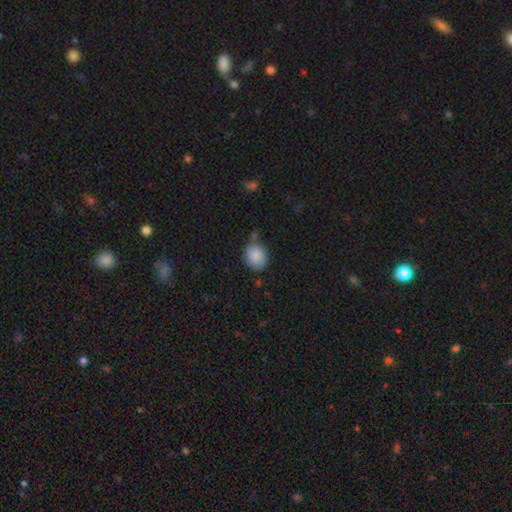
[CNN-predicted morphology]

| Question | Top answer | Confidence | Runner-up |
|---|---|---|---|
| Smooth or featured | smooth | 87% | star or artifact (8%) |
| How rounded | round | 57% | in between (42%) |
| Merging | none | 66% | minor disturbance (20%) |